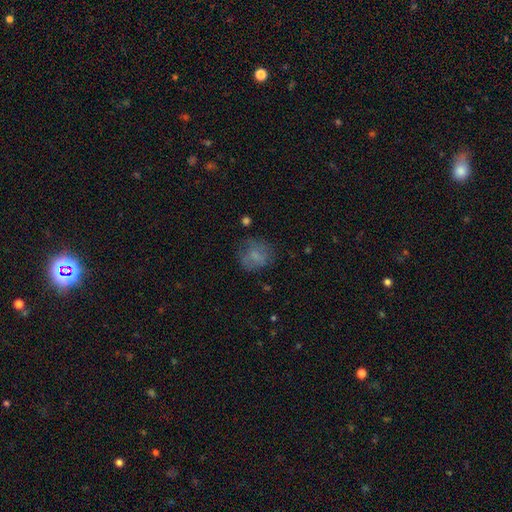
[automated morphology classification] A smooth galaxy with no disk features (68%) that is round (73%). Merging: none (61%).